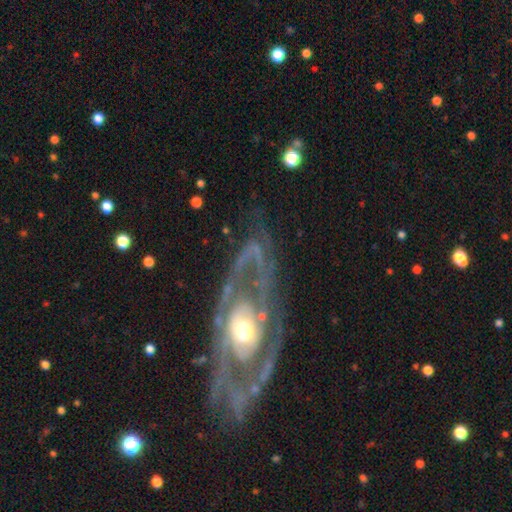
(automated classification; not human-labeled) The model was most divided on "spiral winding": tight: 47%, medium: 36%, loose: 17%. More confident: edge-on disk — no (93%); smooth or featured — featured or disk (86%); spiral arms — yes (80%); bar — no (72%); merging — none (68%); bulge size — moderate (65%); spiral arm count — 2 (52%).